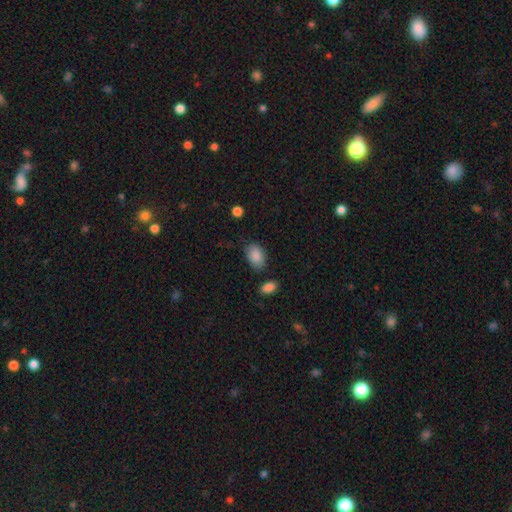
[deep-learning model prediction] smooth 88%, star or artifact 7%, featured or disk 5%. Down the decision tree: how rounded — in between (87%); merging — none (76%).